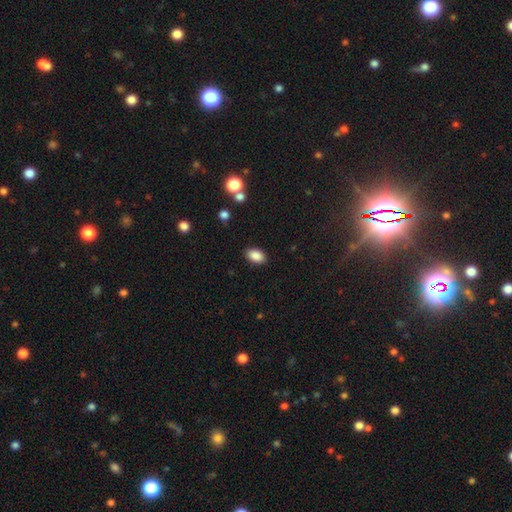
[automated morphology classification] type=smooth (88%); roundness=in between (90%); merging=none (88%).